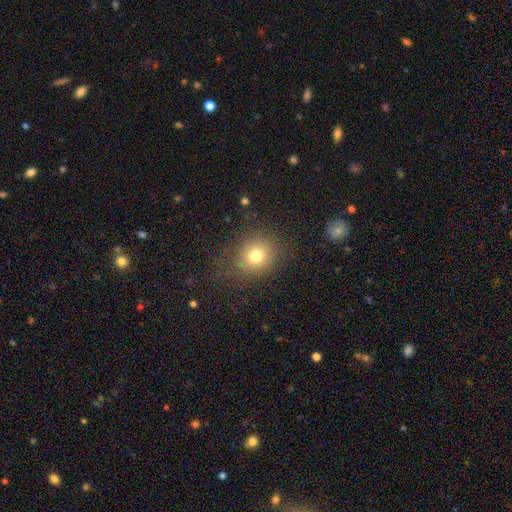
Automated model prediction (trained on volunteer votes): This is likely a smooth galaxy (76%). How rounded: likely round (77%). Merging: clearly none (80%).